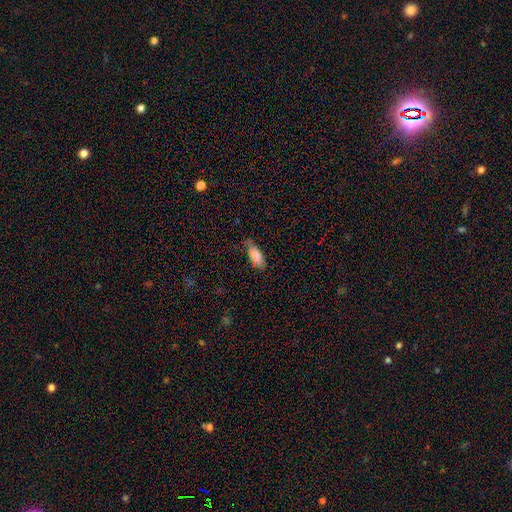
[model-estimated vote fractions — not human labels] Smooth or featured? smooth (84%)
How rounded? in between (81%)
Merging? none (63%)